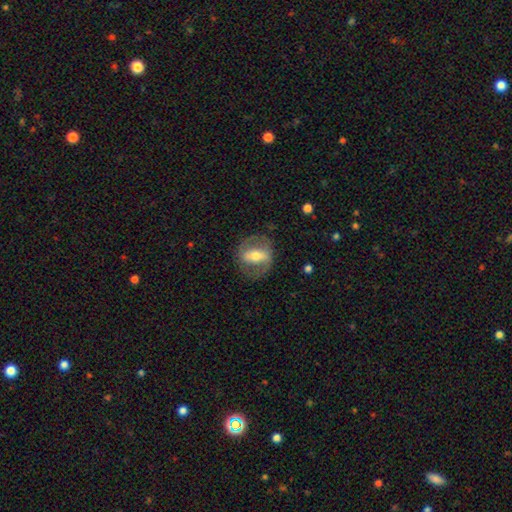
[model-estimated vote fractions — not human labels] Smooth or featured? featured or disk (67%)
Edge-on disk? no (87%)
Bar? strong (60%)
Spiral arms? yes (53%)
Bulge size? moderate (61%)
Merging? none (76%)